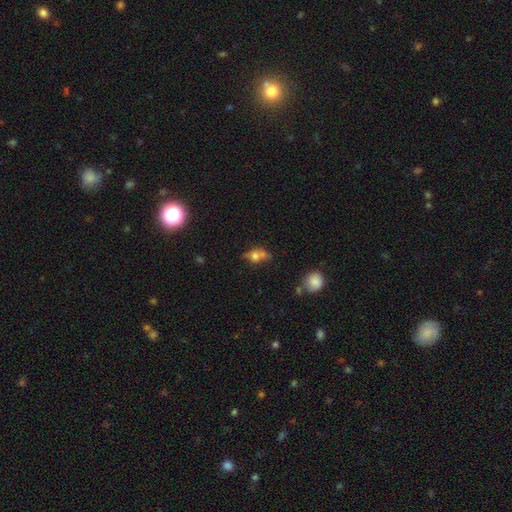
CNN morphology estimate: Smooth or featured: smooth — 51% (featured or disk — 36%)
How rounded: in between — 64% (round — 22%)
Merging: none — 49% (minor disturbance — 24%)